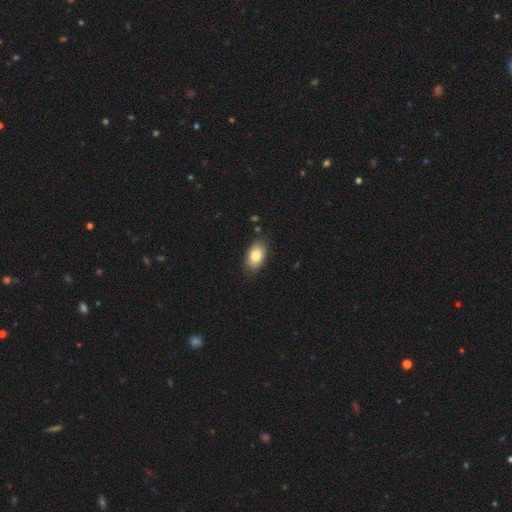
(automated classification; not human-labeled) This appears to be a smooth galaxy with no disk features (82%) that is in between round and cigar-shaped (91%). Merging: none (84%).